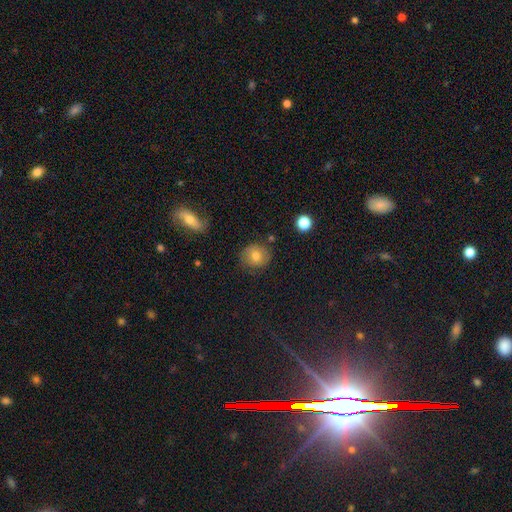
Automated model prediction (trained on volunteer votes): Smooth or featured? smooth (75%)
How rounded? round (80%)
Merging? none (81%)